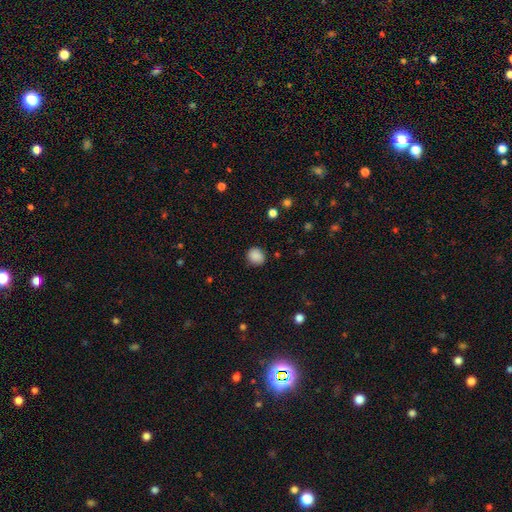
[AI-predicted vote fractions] smooth-or-featured: smooth: 87% | star or artifact: 9% | featured or disk: 4%
  how-rounded: round: 75% | in between: 24% | cigar-shaped: 1%
  merging: none: 84% | minor disturbance: 12% | major disturbance: 3% | merger: 1%